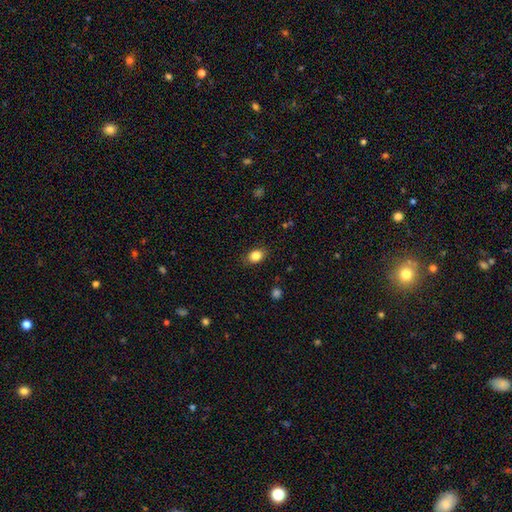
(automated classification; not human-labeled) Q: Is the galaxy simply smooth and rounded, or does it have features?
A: smooth — 85%.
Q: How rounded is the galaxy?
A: in between — 68%.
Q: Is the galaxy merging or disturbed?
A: none — 85%.